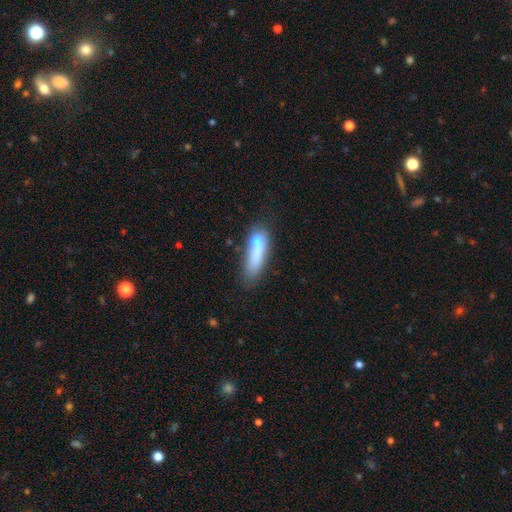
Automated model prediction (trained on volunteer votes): Smooth or featured?
  - smooth: 70% *
  - featured or disk: 22%
  - star or artifact: 9%
How rounded?
  - cigar-shaped: 51% *
  - in between: 44%
  - round: 4%
Merging?
  - none: 36% *
  - merger: 25%
  - minor disturbance: 21%
  - major disturbance: 18%